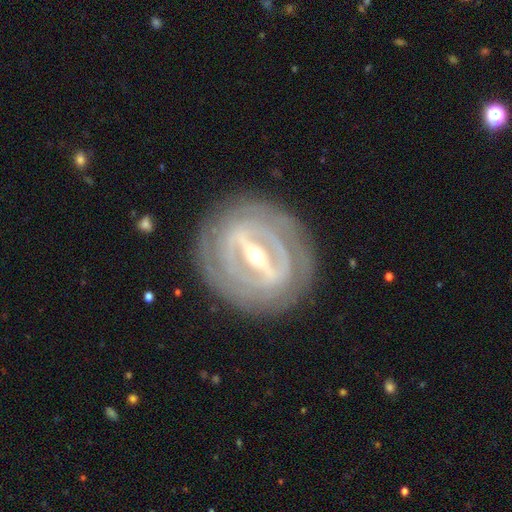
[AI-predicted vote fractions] This is clearly a featured or disk galaxy (88%). It is clearly not viewed edge-on (87%). Bar: clearly strong (82%). Spiral arm pattern: likely yes (68%). Spiral arm count: marginally can't tell (43%). Spiral winding: clearly tight (81%). Central bulge: possibly small (50%). Merging: clearly none (85%).